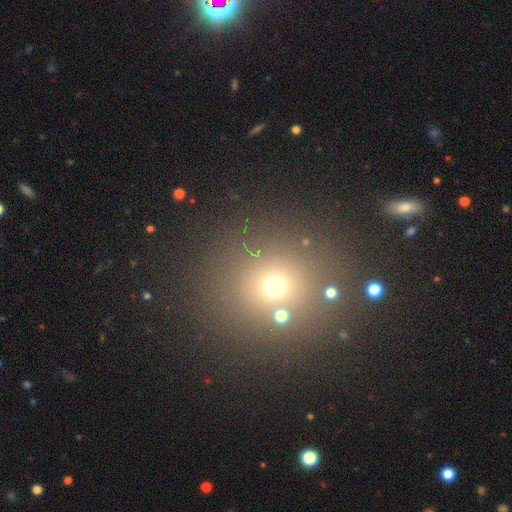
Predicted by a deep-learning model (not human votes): Smooth or featured: smooth — 53% (star or artifact — 37%)
How rounded: round — 91% (in between — 8%)
Merging: none — 83% (minor disturbance — 7%)